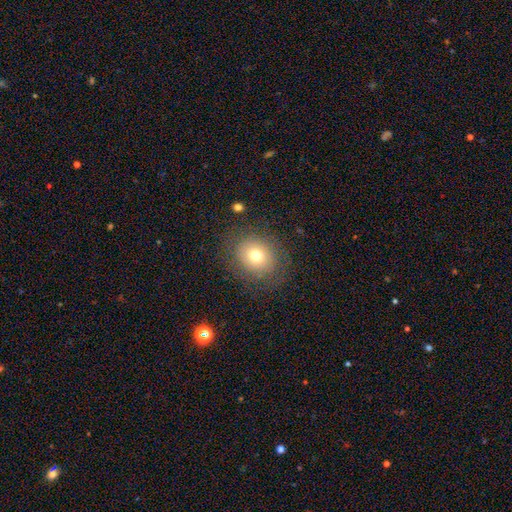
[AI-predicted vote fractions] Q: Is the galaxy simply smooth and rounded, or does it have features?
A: smooth — 71%.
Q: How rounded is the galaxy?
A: round — 73%.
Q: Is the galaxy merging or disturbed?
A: none — 81%.